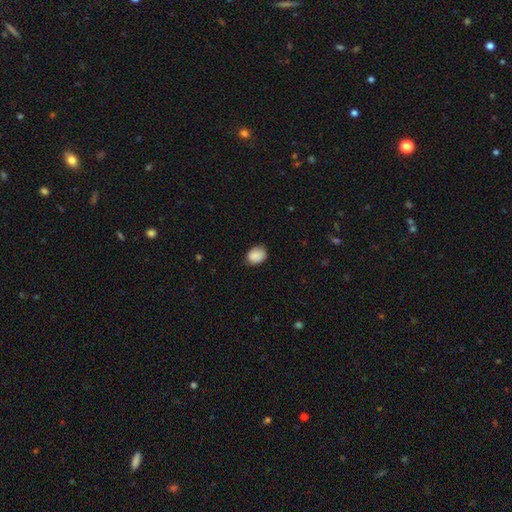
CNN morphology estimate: Overall: smooth (88%). How rounded: in between (61%; round 38%). Merging: none (75%).